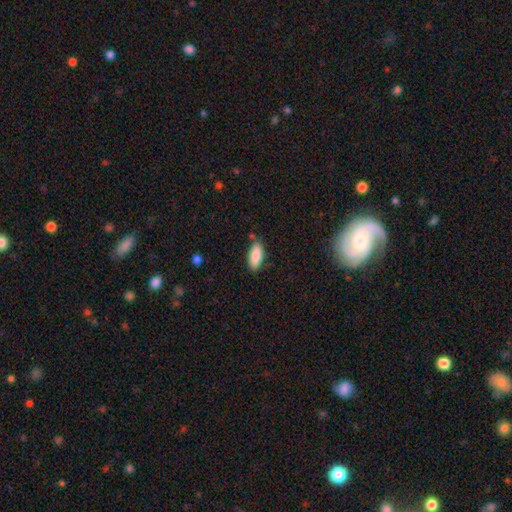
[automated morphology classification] This appears to be a smooth galaxy with no disk features (88%) that is in between round and cigar-shaped (84%). Merging: none (81%).